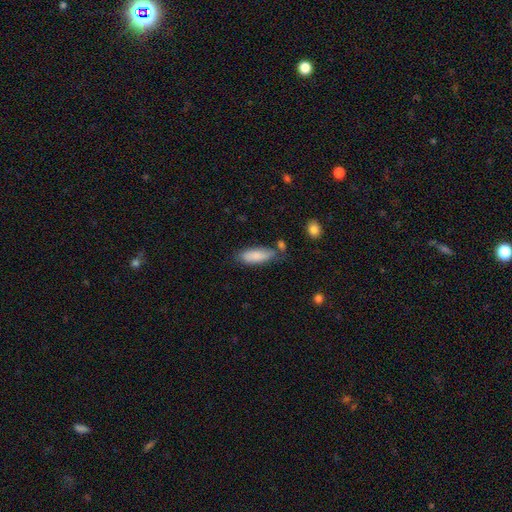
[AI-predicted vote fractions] A smooth galaxy with no disk features (86%) that is in between round and cigar-shaped (66%).

Vote fractions:
- Smooth or featured? smooth: 86% / featured or disk: 8% / star or artifact: 6%
- How rounded? in between: 66% / cigar-shaped: 32% / round: 2%
- Merging? none: 67% / minor disturbance: 20% / merger: 8% / major disturbance: 5%